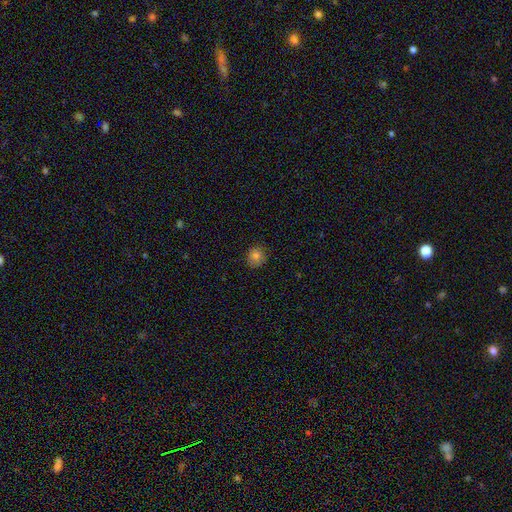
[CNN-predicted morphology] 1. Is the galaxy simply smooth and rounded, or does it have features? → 79% smooth, 12% star or artifact, 9% featured or disk.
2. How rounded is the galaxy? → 87% round, 12% in between, 1% cigar-shaped.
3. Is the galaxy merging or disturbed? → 84% none, 12% minor disturbance, 2% major disturbance, 1% merger.